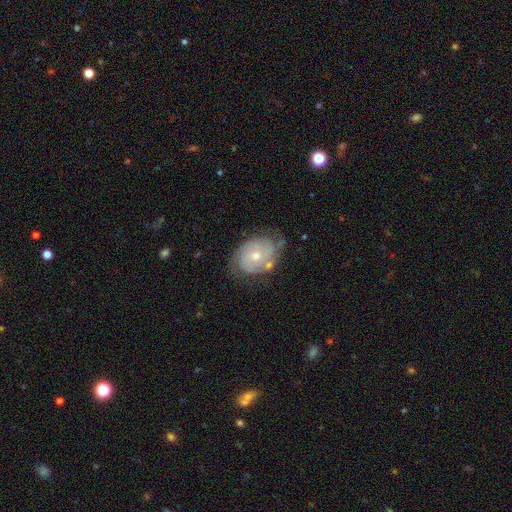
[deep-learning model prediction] smooth_or_featured: featured or disk (p=0.66) [alt: smooth p=0.28]
disk_edge_on: no (p=0.97) [alt: yes p=0.03]
bar: no (p=0.76) [alt: weak p=0.21]
has_spiral_arms: yes (p=0.80) [alt: no p=0.20]
spiral_winding: tight (p=0.58) [alt: medium p=0.31]
spiral_arm_count: 2 (p=0.50) [alt: can't tell p=0.32]
bulge_size: moderate (p=0.55) [alt: small p=0.41]
merging: none (p=0.60) [alt: minor disturbance p=0.26]